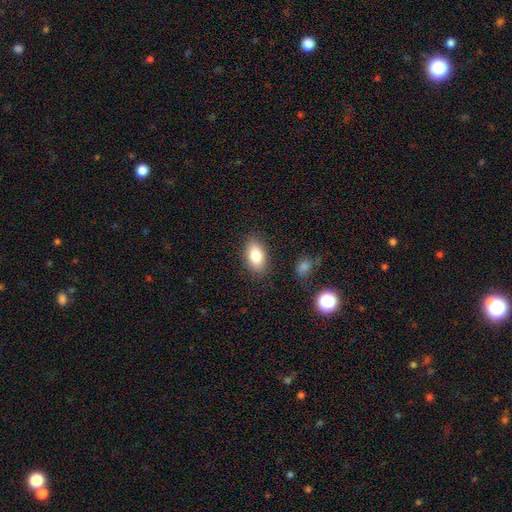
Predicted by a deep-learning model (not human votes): Morphology: type=smooth (82%); roundness=in between (91%); merging=none (85%).